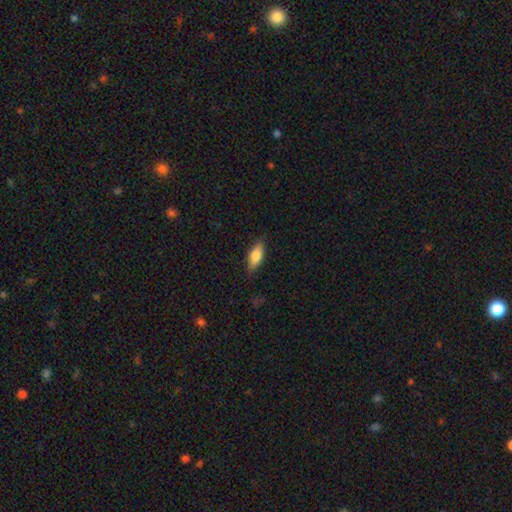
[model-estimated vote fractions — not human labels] smooth-or-featured: smooth: 76% | featured or disk: 18% | star or artifact: 6%
  how-rounded: in between: 77% | cigar-shaped: 21% | round: 3%
  merging: none: 83% | minor disturbance: 13% | major disturbance: 3% | merger: 1%